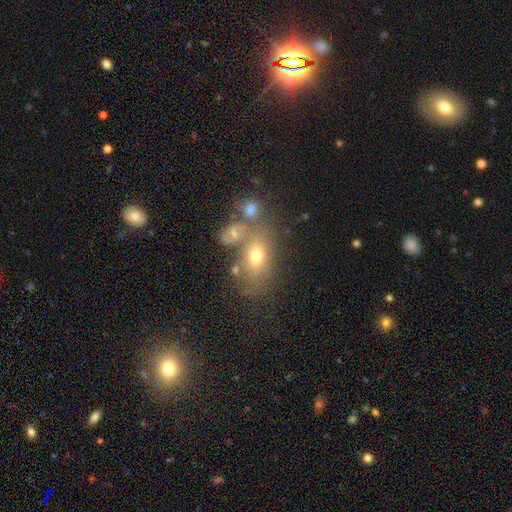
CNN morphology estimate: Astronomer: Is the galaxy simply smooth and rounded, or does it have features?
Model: smooth — 56%.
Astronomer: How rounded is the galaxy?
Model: in between — 77%.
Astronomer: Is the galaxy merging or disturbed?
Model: none — 51% (runner-up: merger, 27%).